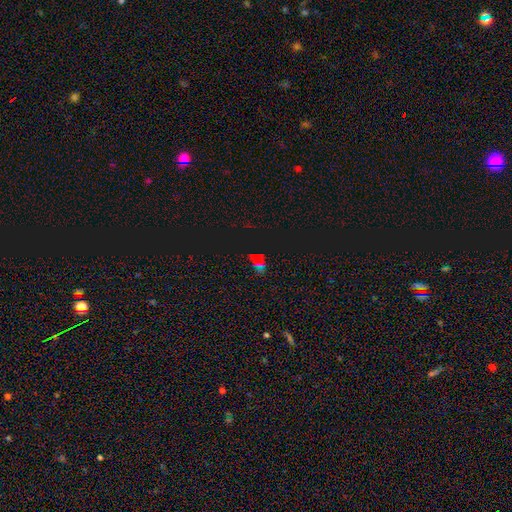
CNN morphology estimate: Q: Smooth or featured?
A: star or artifact (65%); runner-up: smooth (26%)